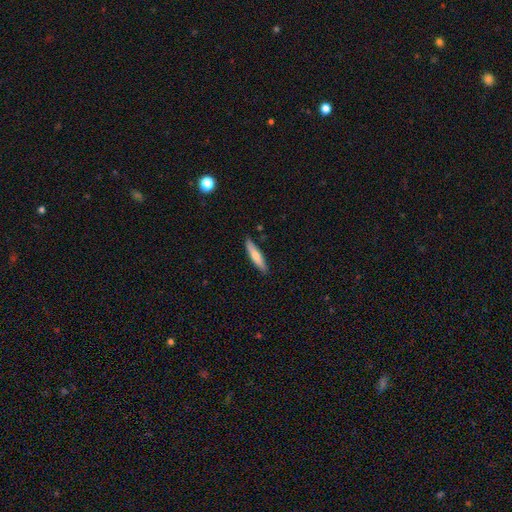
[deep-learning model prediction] Smooth or featured: smooth — 70% (featured or disk — 24%)
How rounded: cigar-shaped — 83% (in between — 16%)
Merging: none — 87% (minor disturbance — 10%)